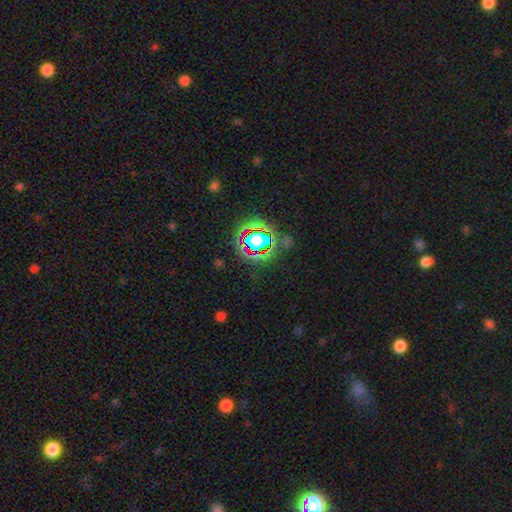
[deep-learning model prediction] Smooth or featured: star or artifact — 76% (smooth — 14%)